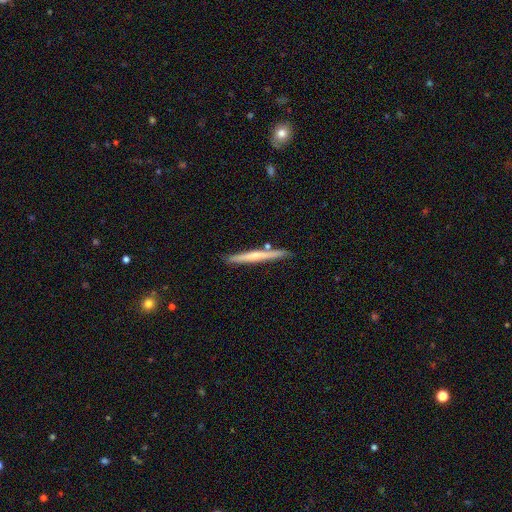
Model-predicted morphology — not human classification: Smooth or featured? Predicted: featured or disk (p=0.53). Edge-on disk? Predicted: yes (p=0.96). Edge-on bulge? Predicted: rounded (p=0.48). Merging? Predicted: none (p=0.84).